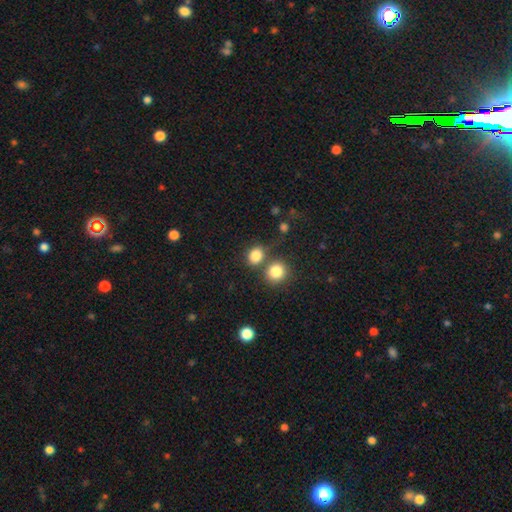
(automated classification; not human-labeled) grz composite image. It shows a smooth galaxy with no disk features (83%) that is round (65%). Merging: none (57%).